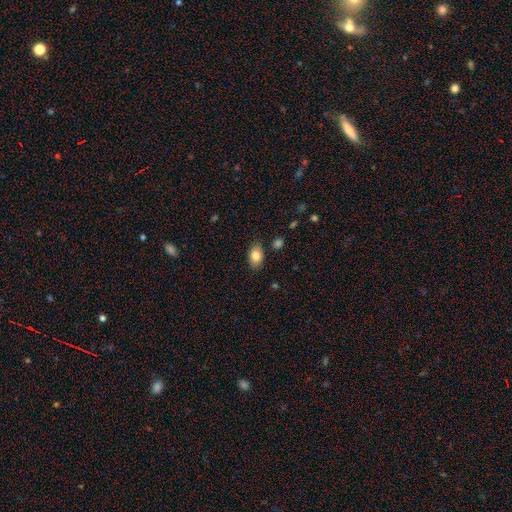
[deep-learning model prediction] The model was most divided on "merging": none: 84%, minor disturbance: 12%, major disturbance: 3%, merger: 2%. More confident: how rounded — in between (86%); smooth or featured — smooth (83%).